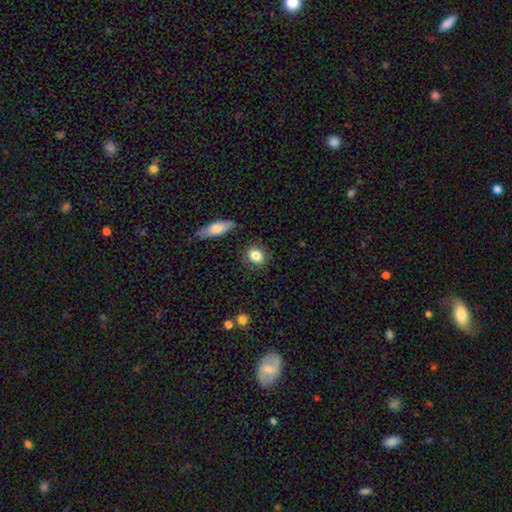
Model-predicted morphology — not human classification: Overall: smooth (86%). How rounded: round (56%; in between 41%). Merging: none (85%).